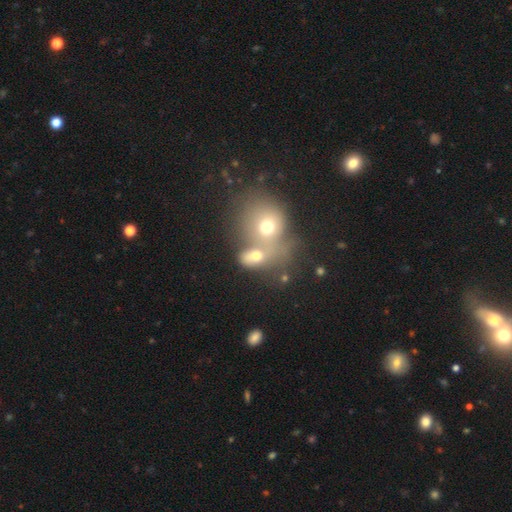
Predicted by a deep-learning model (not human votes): Overall: smooth (66%). How rounded: in between (52%; round 46%). Merging: merger (64%).